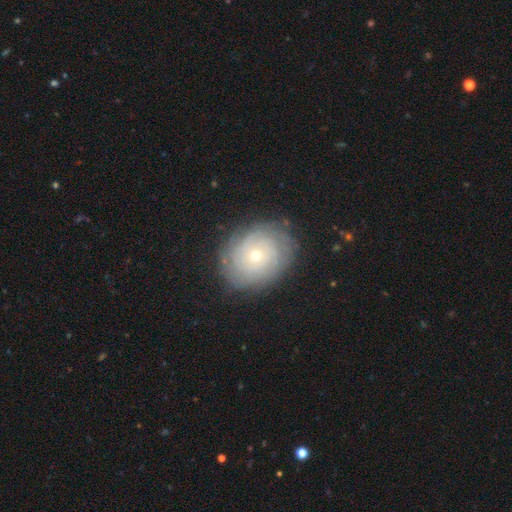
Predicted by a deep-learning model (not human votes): smooth_or_featured: featured or disk (p=0.67) [alt: smooth p=0.24]
disk_edge_on: no (p=0.96) [alt: yes p=0.04]
bar: no (p=0.86) [alt: weak p=0.11]
has_spiral_arms: yes (p=0.86) [alt: no p=0.14]
spiral_winding: tight (p=0.83) [alt: medium p=0.12]
spiral_arm_count: can't tell (p=0.53) [alt: more than 4 p=0.11]
bulge_size: small (p=0.69) [alt: moderate p=0.27]
merging: none (p=0.82) [alt: minor disturbance p=0.13]